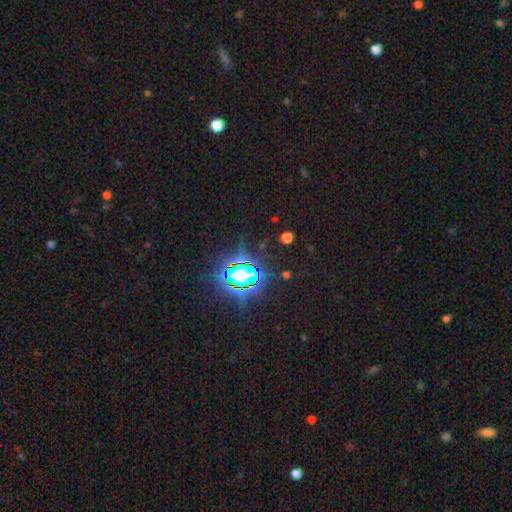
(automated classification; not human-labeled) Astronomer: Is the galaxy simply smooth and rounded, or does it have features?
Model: star or artifact — 84%.